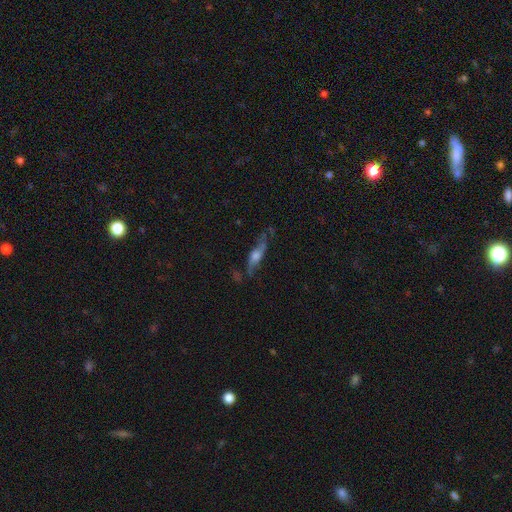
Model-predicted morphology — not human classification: A featured or disk galaxy (62%) viewed edge-on (69%).

Vote fractions:
- Smooth or featured? featured or disk: 62% / smooth: 28% / star or artifact: 10%
- Edge-on disk? yes: 69% / no: 31%
- Merging? none: 64% / minor disturbance: 22% / major disturbance: 11% / merger: 3%